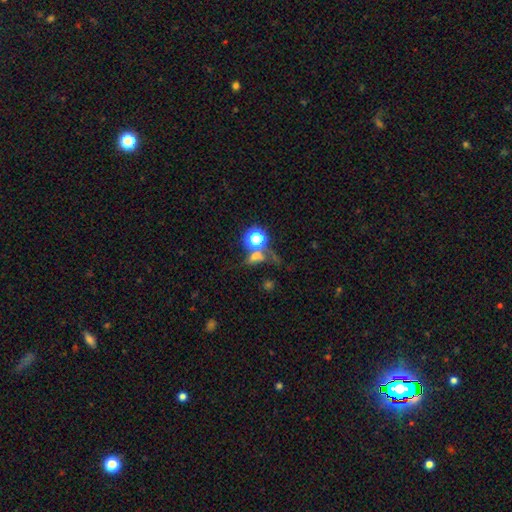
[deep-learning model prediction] Smooth or featured? Predicted: smooth (p=0.51). How rounded? Predicted: round (p=0.48). Merging? Predicted: none (p=0.43).